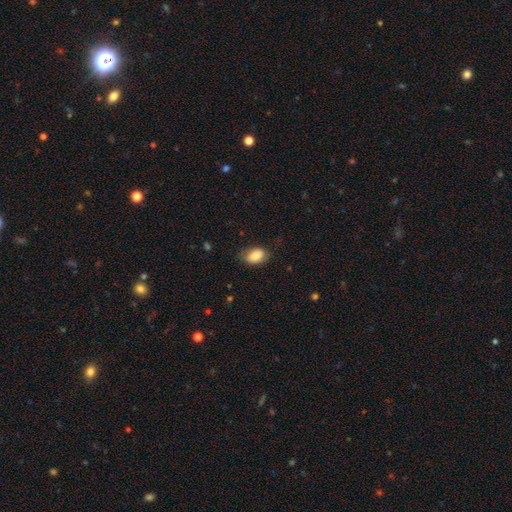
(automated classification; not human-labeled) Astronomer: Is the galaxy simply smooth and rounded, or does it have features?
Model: smooth — 81%.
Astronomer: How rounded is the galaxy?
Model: in between — 86%.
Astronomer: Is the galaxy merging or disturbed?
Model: none — 70%.